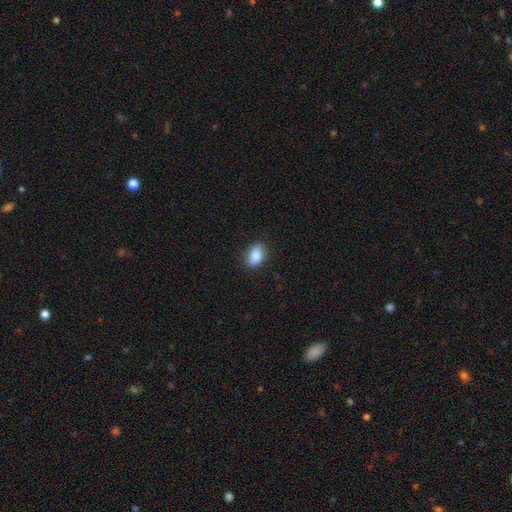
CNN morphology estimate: The model was most divided on "how rounded": in between: 85%, round: 14%, cigar-shaped: 2%. More confident: smooth or featured — smooth (87%); merging — none (86%).